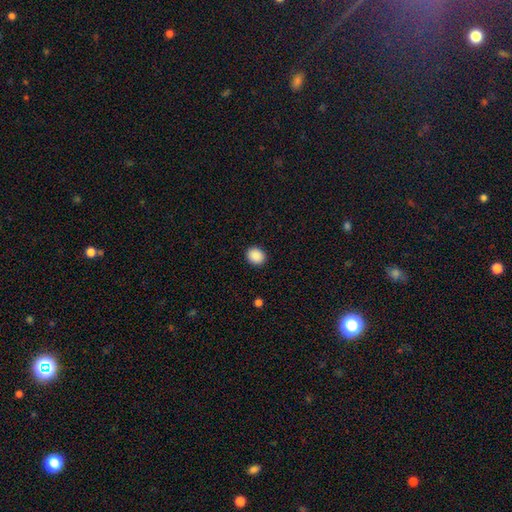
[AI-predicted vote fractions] Q: Smooth or featured?
A: smooth (89%); runner-up: star or artifact (8%)
Q: How rounded?
A: round (66%); runner-up: in between (33%)
Q: Merging?
A: none (91%); runner-up: minor disturbance (6%)